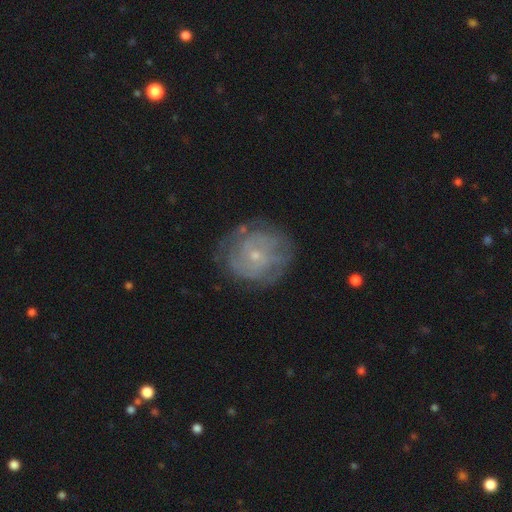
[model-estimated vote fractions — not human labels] This is likely a featured or disk galaxy (69%). It is clearly not viewed edge-on (97%). Bar: likely no (78%). Spiral arm pattern: likely yes (73%). Central bulge: likely small (78%). Merging: likely none (71%).